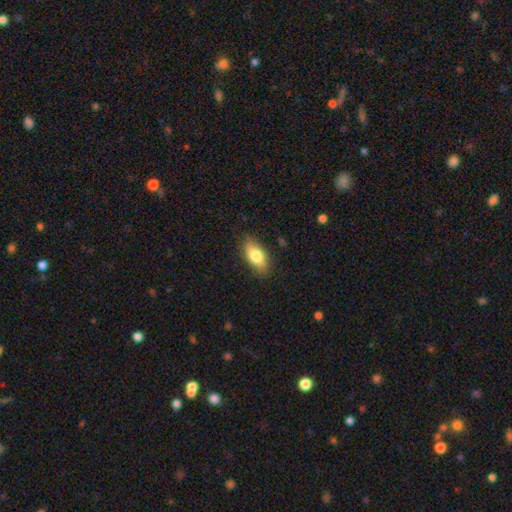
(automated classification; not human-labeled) This appears to be a smooth galaxy with no disk features (78%) that is in between round and cigar-shaped (87%). Merging: none (80%).